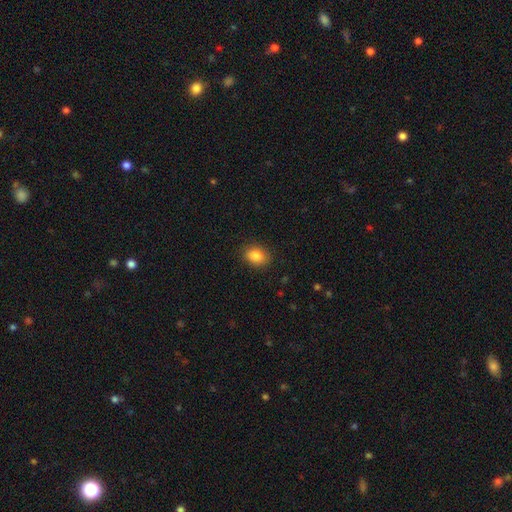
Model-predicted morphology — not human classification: A smooth galaxy with no disk features (86%) that is in between round and cigar-shaped (71%). Merging: none (87%).